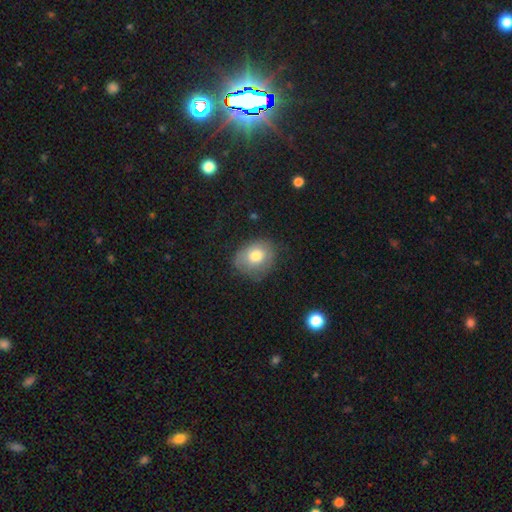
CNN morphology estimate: Smooth or featured? smooth (74%)
How rounded? round (55%)
Merging? none (65%)